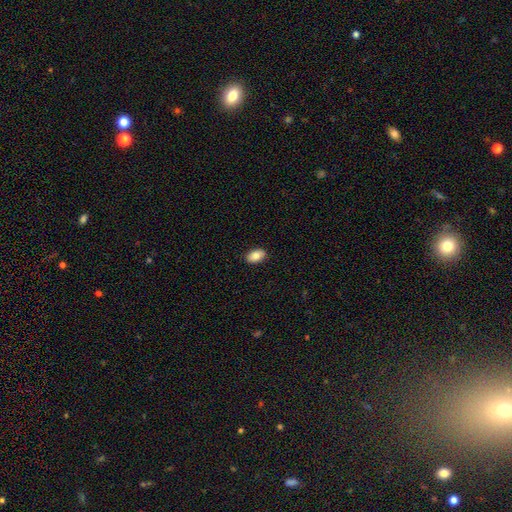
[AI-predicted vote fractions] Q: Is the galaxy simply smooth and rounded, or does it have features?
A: smooth — 84%.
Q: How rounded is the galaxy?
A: in between — 91%.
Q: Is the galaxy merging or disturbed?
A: none — 89%.